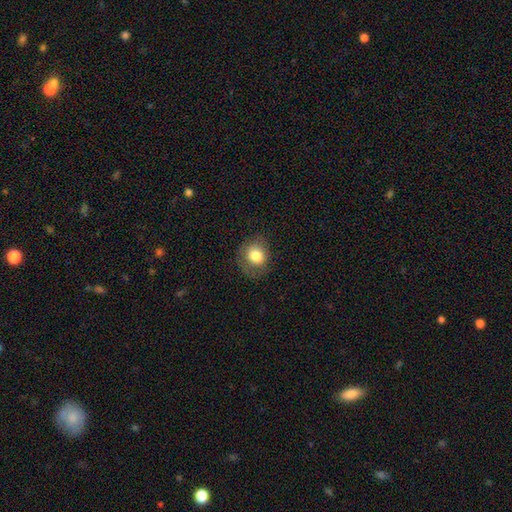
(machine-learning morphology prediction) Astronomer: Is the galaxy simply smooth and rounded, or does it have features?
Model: smooth — 80%.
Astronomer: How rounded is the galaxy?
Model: round — 77%.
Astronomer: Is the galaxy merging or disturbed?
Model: none — 74%.